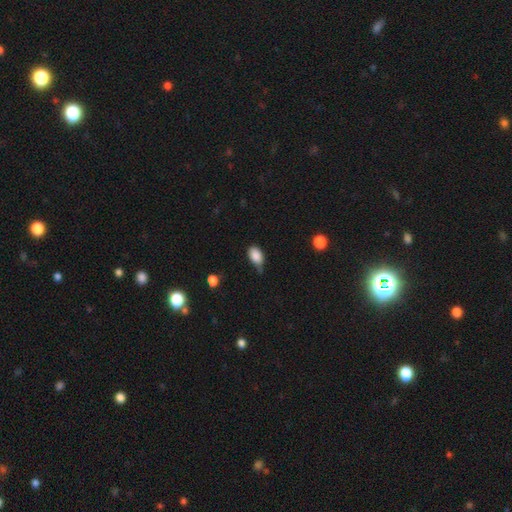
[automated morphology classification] Smooth or featured: smooth — 87% (star or artifact — 8%)
How rounded: in between — 88% (round — 10%)
Merging: none — 49% (minor disturbance — 38%)